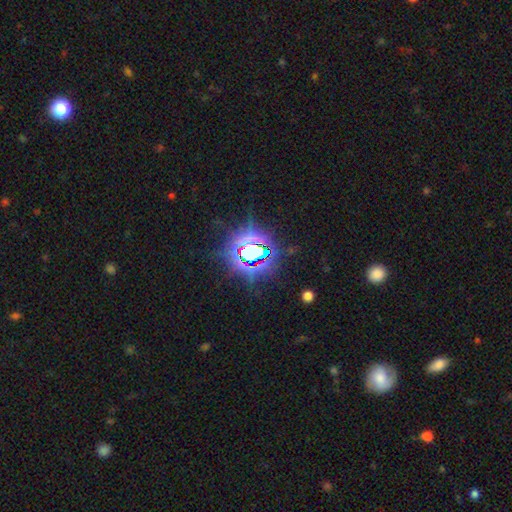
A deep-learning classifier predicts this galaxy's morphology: The model was most divided on "smooth or featured": star or artifact: 79%, smooth: 12%, featured or disk: 9%.